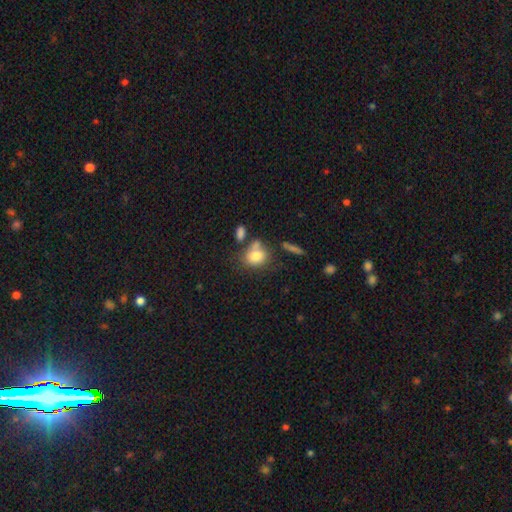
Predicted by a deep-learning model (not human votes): Smooth or featured?
  - smooth: 80% *
  - featured or disk: 11%
  - star or artifact: 9%
How rounded?
  - in between: 52% *
  - round: 47%
  - cigar-shaped: 2%
Merging?
  - none: 52% *
  - merger: 21%
  - minor disturbance: 18%
  - major disturbance: 8%